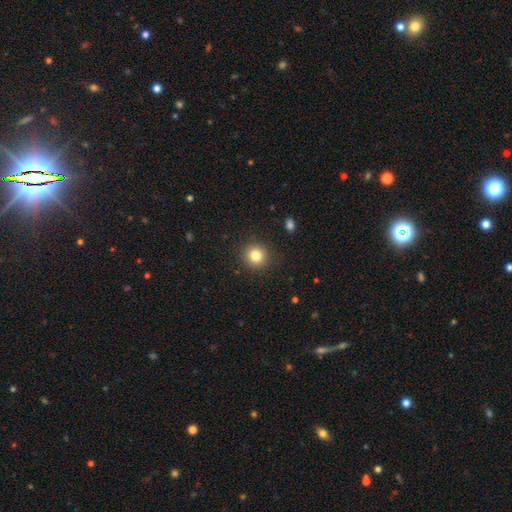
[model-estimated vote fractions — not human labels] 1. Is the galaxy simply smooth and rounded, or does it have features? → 82% smooth, 11% star or artifact, 7% featured or disk.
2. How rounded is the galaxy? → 92% round, 7% in between, 1% cigar-shaped.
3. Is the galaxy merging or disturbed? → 91% none, 6% minor disturbance, 2% major disturbance, 1% merger.